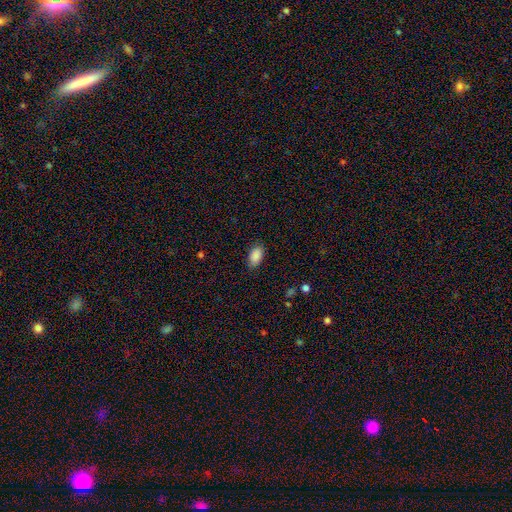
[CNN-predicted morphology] A smooth galaxy with no disk features (89%) that is in between round and cigar-shaped (93%). Merging: none (83%).